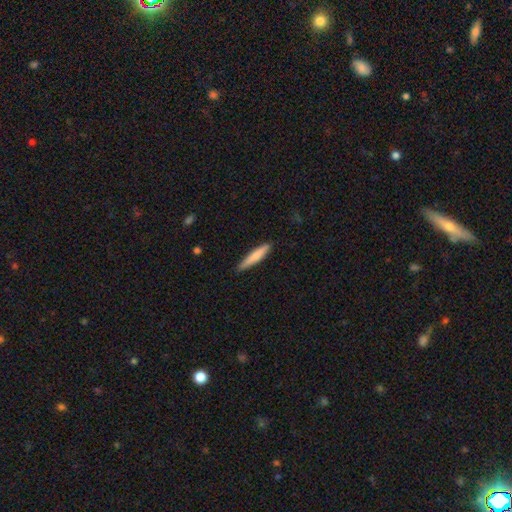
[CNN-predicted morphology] smooth 75%, featured or disk 20%, star or artifact 5%. Down the decision tree: how rounded — cigar-shaped (90%); merging — none (85%).